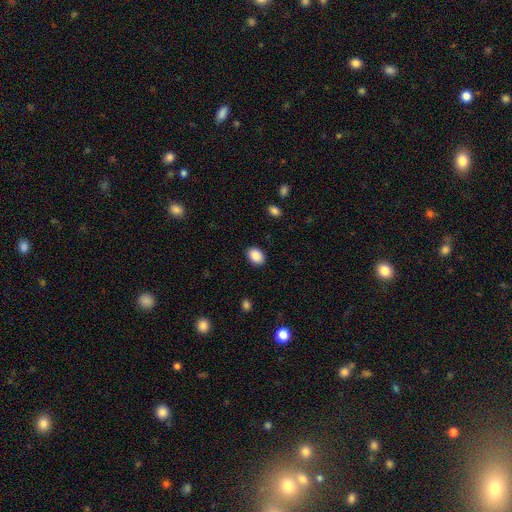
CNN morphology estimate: Smooth or featured?
  - smooth: 89% *
  - star or artifact: 8%
  - featured or disk: 3%
How rounded?
  - in between: 74% *
  - round: 25%
  - cigar-shaped: 1%
Merging?
  - none: 89% *
  - minor disturbance: 8%
  - major disturbance: 2%
  - merger: 1%